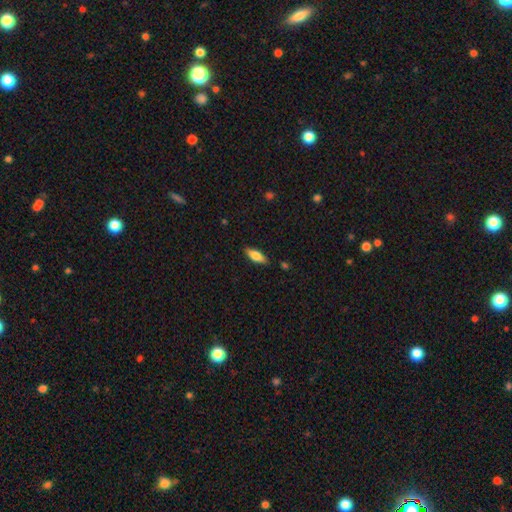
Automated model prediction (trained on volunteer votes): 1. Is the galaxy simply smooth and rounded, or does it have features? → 74% smooth, 20% featured or disk, 6% star or artifact.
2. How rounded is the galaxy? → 67% in between, 31% cigar-shaped, 2% round.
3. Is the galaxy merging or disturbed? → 85% none, 11% minor disturbance, 2% major disturbance, 2% merger.